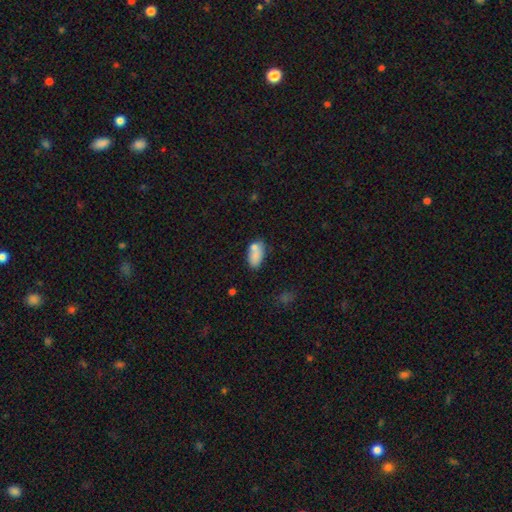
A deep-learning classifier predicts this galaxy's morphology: Smooth or featured: smooth — 79% (featured or disk — 13%)
How rounded: in between — 91% (round — 6%)
Merging: none — 52% (merger — 23%)